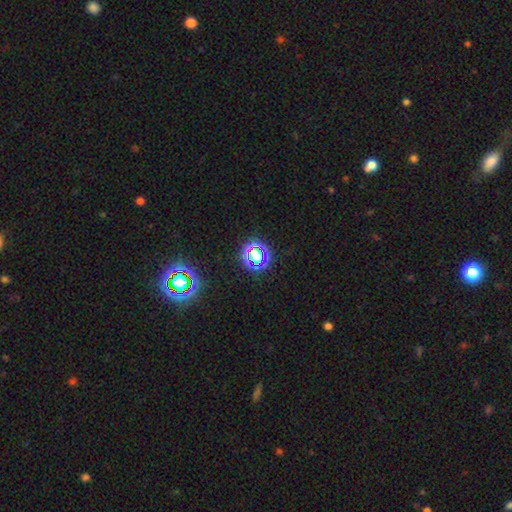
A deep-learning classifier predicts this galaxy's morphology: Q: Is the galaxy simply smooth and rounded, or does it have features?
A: star or artifact — 65%.